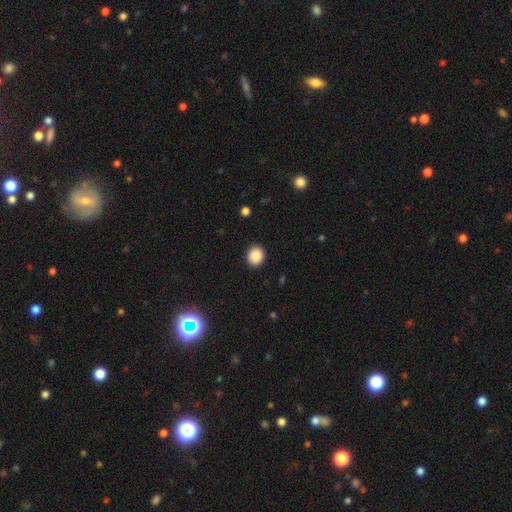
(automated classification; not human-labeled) Q: Smooth or featured?
A: smooth (89%); runner-up: star or artifact (9%)
Q: How rounded?
A: round (72%); runner-up: in between (27%)
Q: Merging?
A: none (90%); runner-up: minor disturbance (7%)